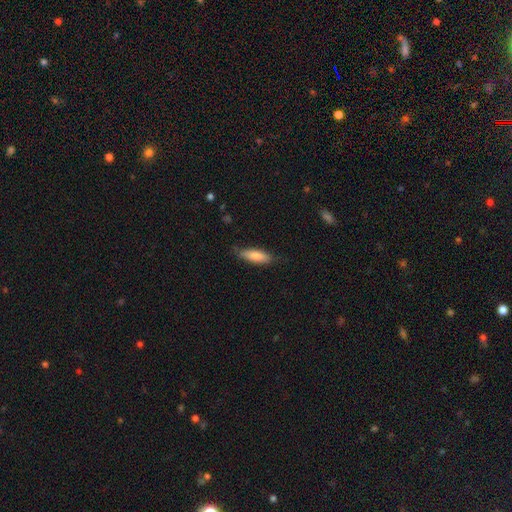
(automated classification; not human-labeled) smooth_or_featured: smooth (p=0.80) [alt: featured or disk p=0.15]
how_rounded: in between (p=0.52) [alt: cigar-shaped p=0.46]
merging: none (p=0.74) [alt: minor disturbance p=0.21]